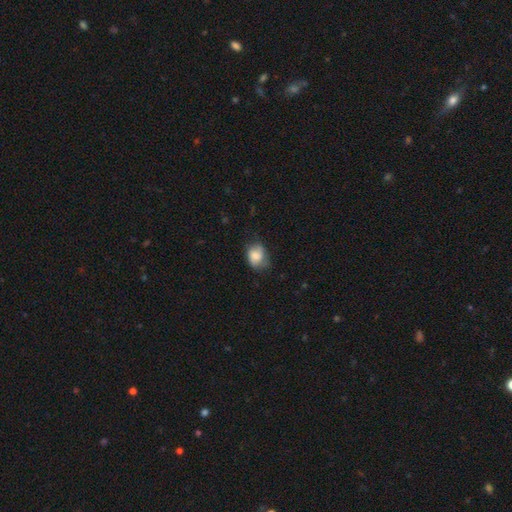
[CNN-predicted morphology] smooth-or-featured: smooth: 78% | featured or disk: 14% | star or artifact: 8%
  how-rounded: in between: 58% | round: 41% | cigar-shaped: 1%
  merging: none: 51% | minor disturbance: 34% | major disturbance: 13% | merger: 2%